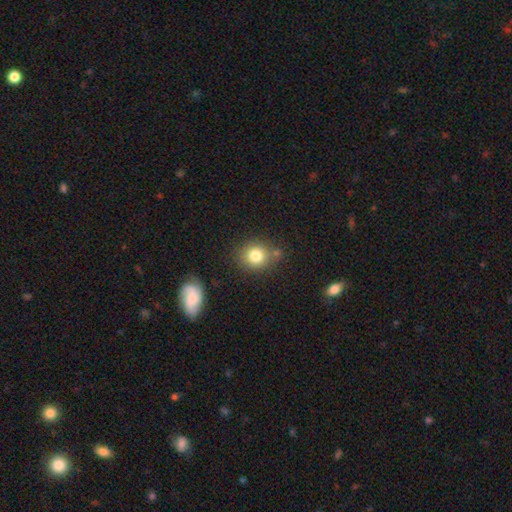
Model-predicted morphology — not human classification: Smooth or featured: smooth — 81% (star or artifact — 11%)
How rounded: round — 78% (in between — 21%)
Merging: none — 75% (minor disturbance — 12%)